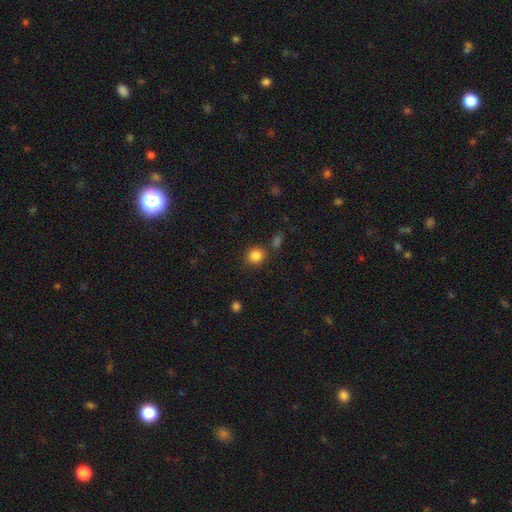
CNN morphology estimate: Smooth or featured? Predicted: smooth (p=0.85). How rounded? Predicted: round (p=0.84). Merging? Predicted: none (p=0.81).